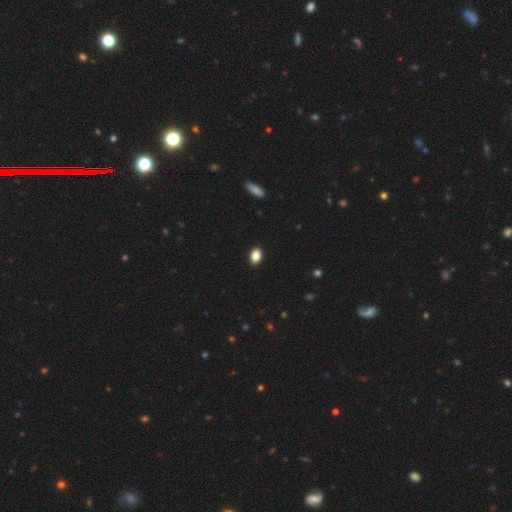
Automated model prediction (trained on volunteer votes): A smooth galaxy with no disk features (87%) that is in between round and cigar-shaped (85%). Merging: none (91%).